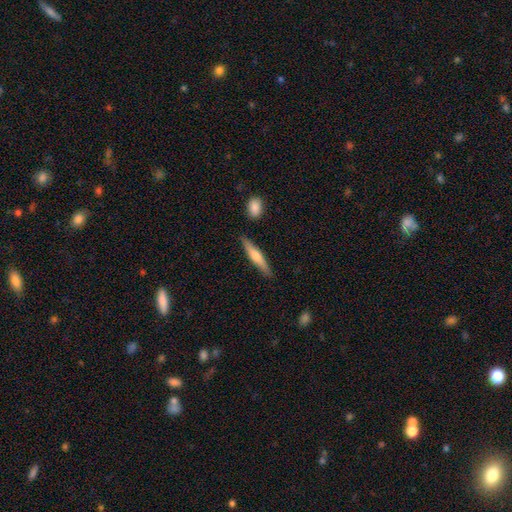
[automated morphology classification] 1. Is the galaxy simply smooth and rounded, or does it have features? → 53% smooth, 42% featured or disk, 6% star or artifact.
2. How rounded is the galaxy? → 87% cigar-shaped, 11% in between, 2% round.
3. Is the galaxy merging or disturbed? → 85% none, 10% minor disturbance, 3% merger, 2% major disturbance.